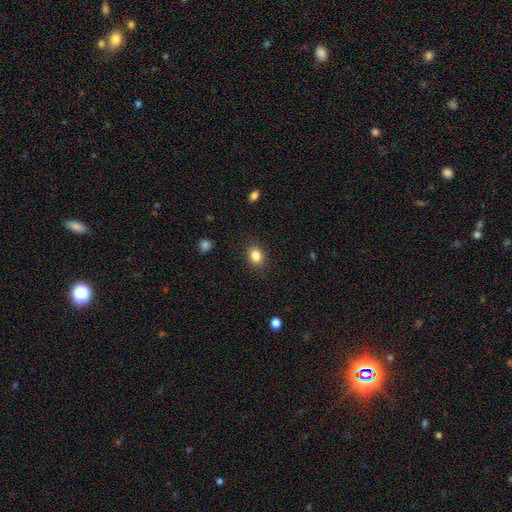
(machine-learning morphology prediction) This is clearly a smooth galaxy (85%). How rounded: possibly in between (54%). Merging: clearly none (87%).